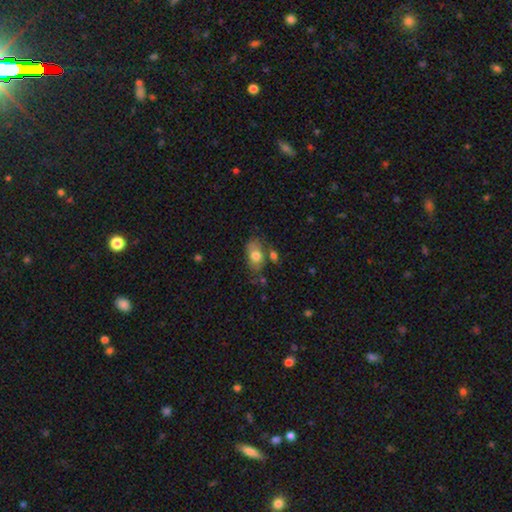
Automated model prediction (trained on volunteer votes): Smooth or featured: smooth — 74% (featured or disk — 18%)
How rounded: in between — 86% (round — 12%)
Merging: none — 57% (minor disturbance — 22%)